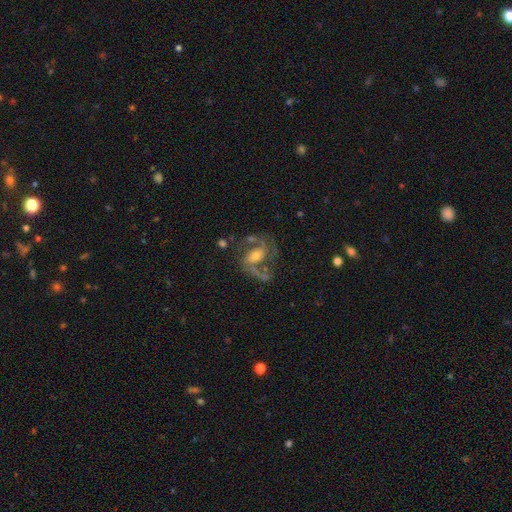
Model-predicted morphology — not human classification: A featured or disk galaxy (86%) with no bar (41%), 2 (83%) medium (56%) spiral arms (95%) and a moderate central bulge (48%). Merging: none (59%).